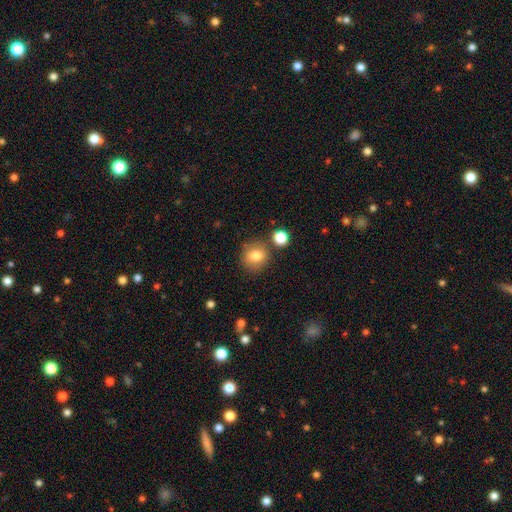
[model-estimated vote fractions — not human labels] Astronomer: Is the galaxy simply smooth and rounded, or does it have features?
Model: smooth — 80%.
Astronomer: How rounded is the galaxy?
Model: round — 78%.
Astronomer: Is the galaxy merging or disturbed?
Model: none — 80%.